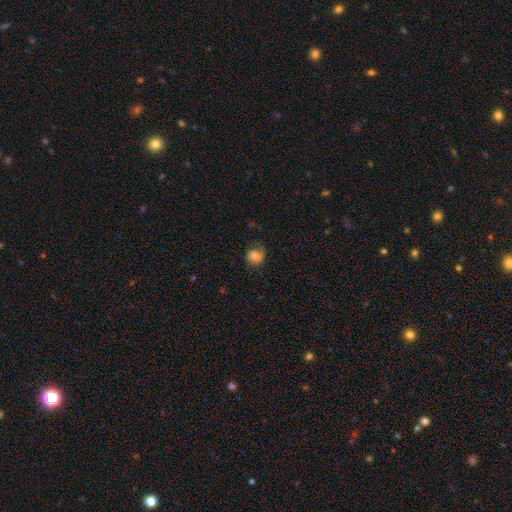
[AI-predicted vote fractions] Q: Smooth or featured?
A: smooth (59%); runner-up: featured or disk (31%)
Q: How rounded?
A: round (71%); runner-up: in between (28%)
Q: Merging?
A: none (56%); runner-up: minor disturbance (25%)